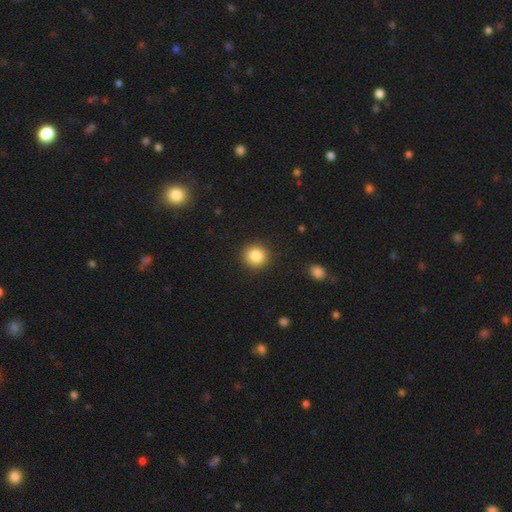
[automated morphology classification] type=smooth (86%); roundness=round (90%); merging=none (91%).